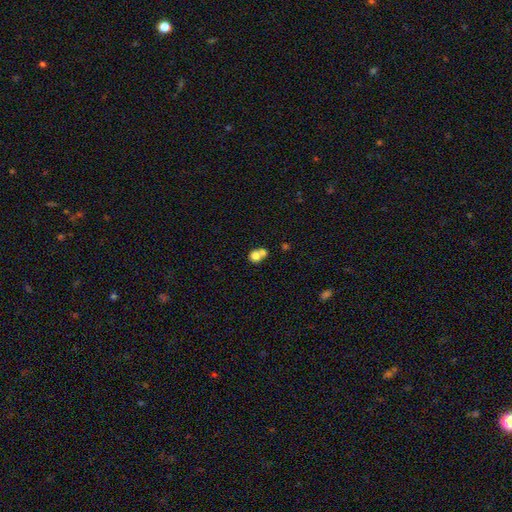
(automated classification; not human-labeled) Smooth or featured?
  - smooth: 76% *
  - featured or disk: 14%
  - star or artifact: 10%
How rounded?
  - round: 75% *
  - in between: 24%
  - cigar-shaped: 1%
Merging?
  - merger: 58% *
  - none: 31%
  - minor disturbance: 7%
  - major disturbance: 4%